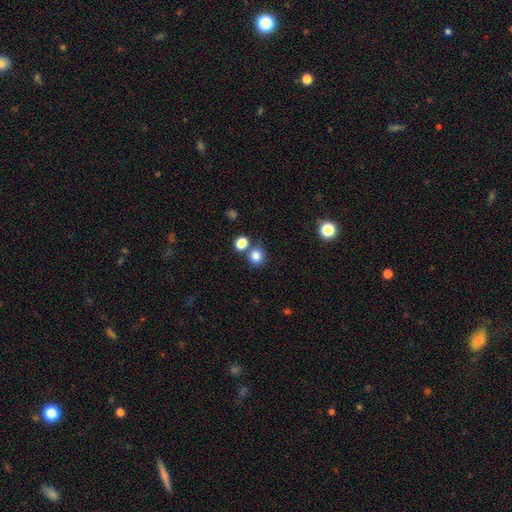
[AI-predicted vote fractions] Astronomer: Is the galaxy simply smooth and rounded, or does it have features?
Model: smooth — 83%.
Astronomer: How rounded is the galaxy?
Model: round — 86%.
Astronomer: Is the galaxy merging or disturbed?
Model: none — 70%.